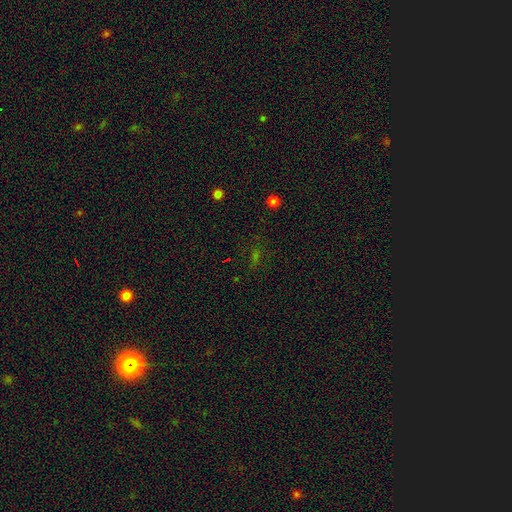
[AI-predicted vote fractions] The model was most divided on "smooth or featured": star or artifact: 54%, smooth: 31%, featured or disk: 15%.